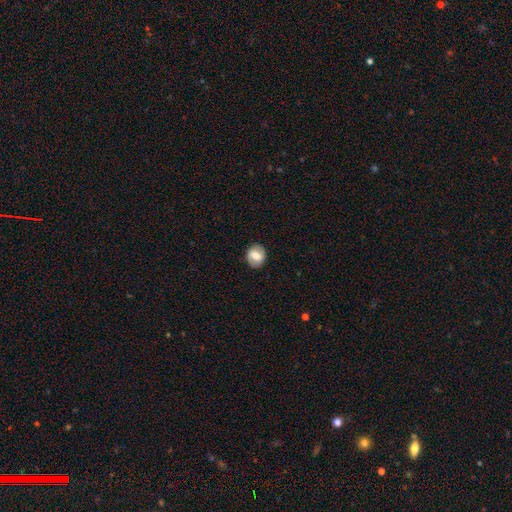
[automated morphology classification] Smooth or featured? smooth (60%)
How rounded? round (53%)
Merging? none (85%)